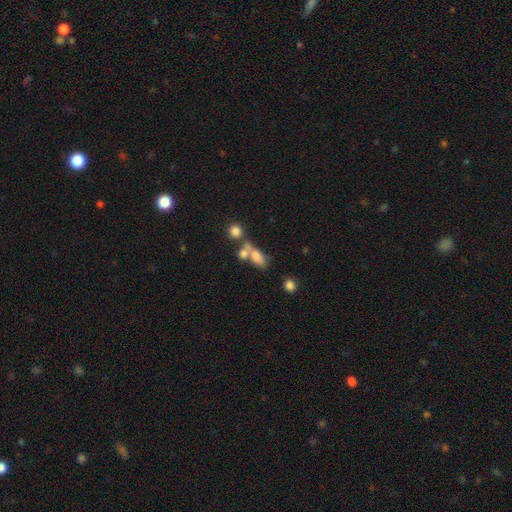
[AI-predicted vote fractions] This appears to be a smooth galaxy with no disk features (67%) that is in between round and cigar-shaped (73%). Merging: merger (44%).